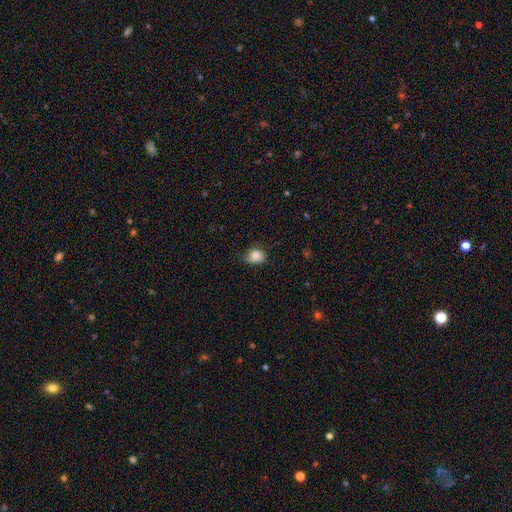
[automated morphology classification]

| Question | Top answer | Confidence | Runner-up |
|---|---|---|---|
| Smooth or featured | smooth | 84% | star or artifact (9%) |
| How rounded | in between | 50% | round (49%) |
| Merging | none | 69% | minor disturbance (25%) |